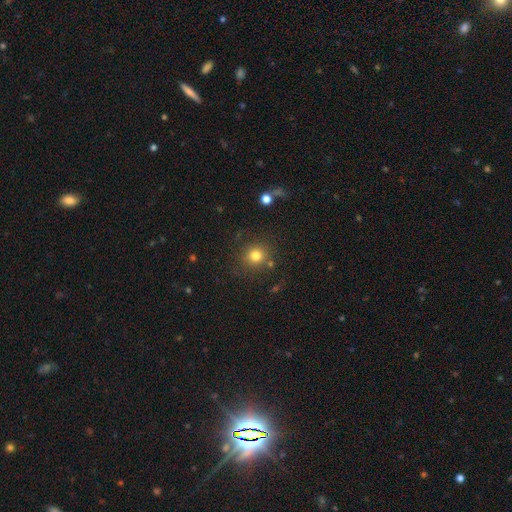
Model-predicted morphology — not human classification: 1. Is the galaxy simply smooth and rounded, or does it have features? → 79% smooth, 14% star or artifact, 7% featured or disk.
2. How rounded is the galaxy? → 91% round, 9% in between, 1% cigar-shaped.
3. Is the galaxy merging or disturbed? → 82% none, 9% minor disturbance, 5% merger, 4% major disturbance.